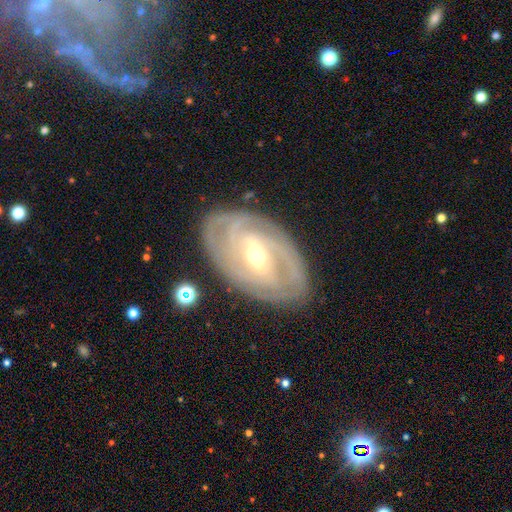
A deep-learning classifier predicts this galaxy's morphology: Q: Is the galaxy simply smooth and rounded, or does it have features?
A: featured or disk — 85%.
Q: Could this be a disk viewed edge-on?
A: no — 94%.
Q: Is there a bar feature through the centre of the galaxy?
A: weak — 43%.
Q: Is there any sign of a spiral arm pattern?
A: yes — 92%.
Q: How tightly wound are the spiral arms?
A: tight — 72%.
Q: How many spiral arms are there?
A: can't tell — 33%.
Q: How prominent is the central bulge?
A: moderate — 62%.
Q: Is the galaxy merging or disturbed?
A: none — 81%.